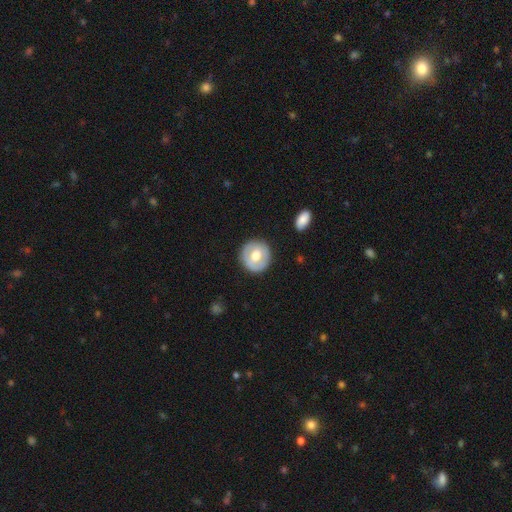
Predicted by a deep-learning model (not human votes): The model was most divided on "smooth or featured": smooth: 55%, featured or disk: 39%, star or artifact: 6%. More confident: how rounded — round (92%); merging — none (87%).